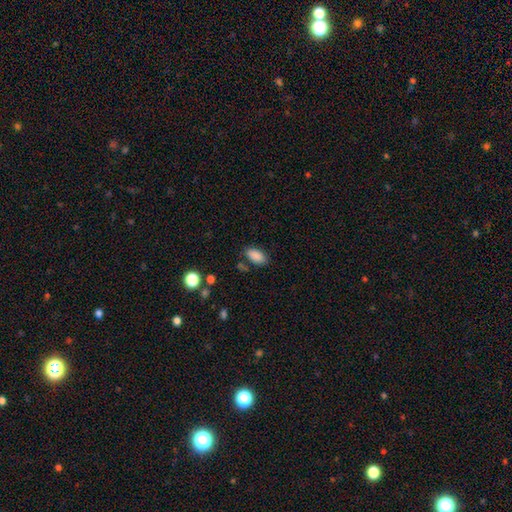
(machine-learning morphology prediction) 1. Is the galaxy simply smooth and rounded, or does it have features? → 87% smooth, 9% star or artifact, 4% featured or disk.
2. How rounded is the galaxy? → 92% in between, 5% cigar-shaped, 4% round.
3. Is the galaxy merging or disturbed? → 79% none, 13% minor disturbance, 4% merger, 4% major disturbance.